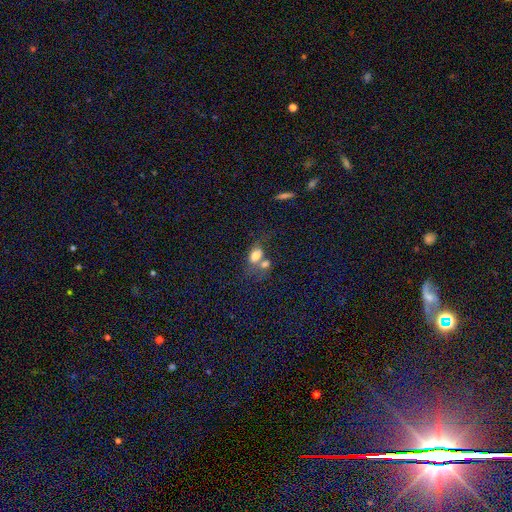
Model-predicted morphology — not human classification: smooth 73%, featured or disk 16%, star or artifact 11%. Down the decision tree: how rounded — in between (76%); merging — merger (54%).